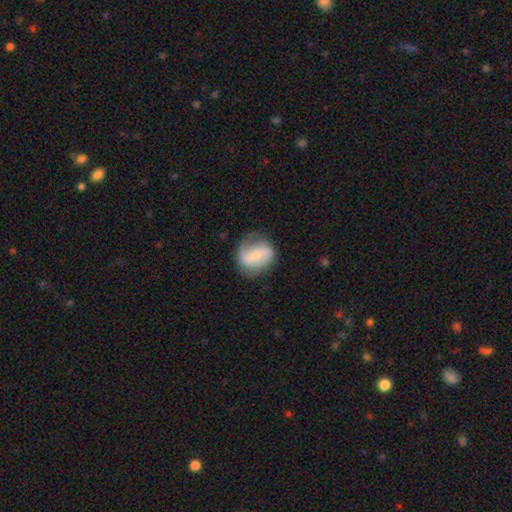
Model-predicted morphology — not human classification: smooth-or-featured: featured or disk: 62% | smooth: 32% | star or artifact: 7%
  disk-edge-on: no: 97% | yes: 3%
    bar: weak: 41% | no: 34% | strong: 25%
    has-spiral-arms: yes: 87% | no: 13%
      spiral-winding: loose: 42% | medium: 39% | tight: 19%
      spiral-arm-count: 2: 72% | 1: 15% | can't tell: 9% | 3: 2% | 4: 1% | more than 4: 1%
    bulge-size: small: 58% | moderate: 29% | none: 9% | large: 3% | dominant: 1%
  merging: none: 61% | minor disturbance: 24% | major disturbance: 14% | merger: 2%